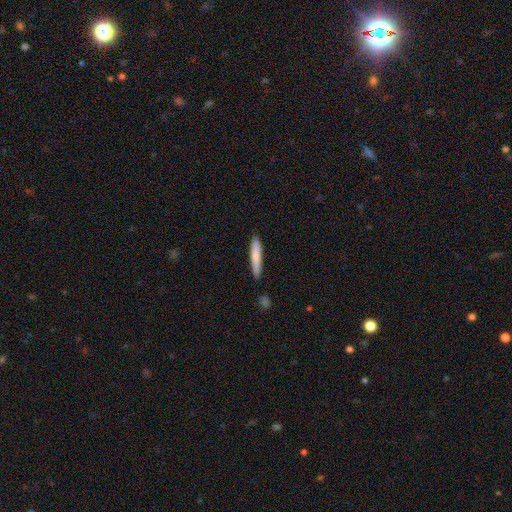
This appears to be a smooth galaxy with no disk features (74%) that is cigar-shaped (100%). Merging: none (91%).